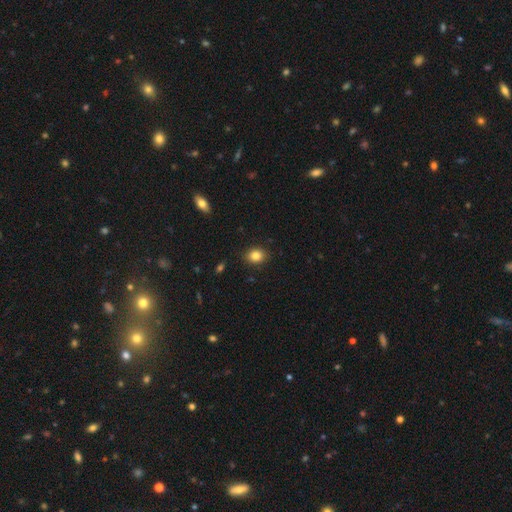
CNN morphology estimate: Overall: smooth (84%). How rounded: round (52%; in between 47%). Merging: none (89%).